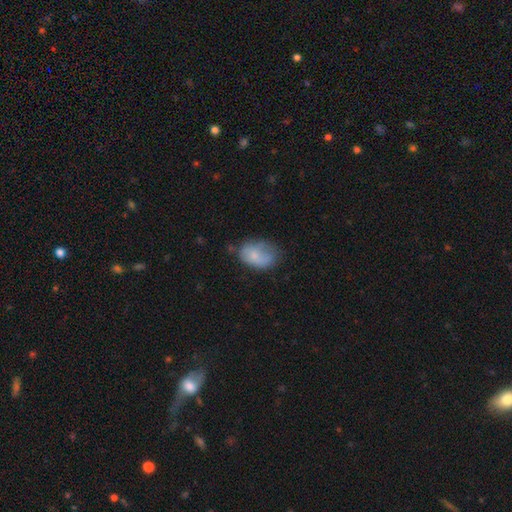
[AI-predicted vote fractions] smooth 71%, featured or disk 20%, star or artifact 8%. Down the decision tree: how rounded — in between (82%); merging — none (45%).